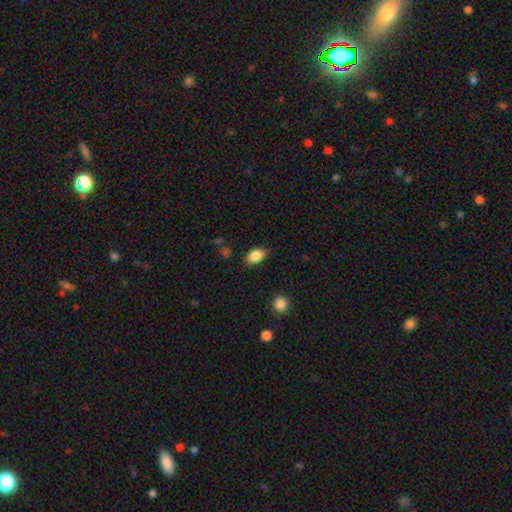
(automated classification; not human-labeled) smooth 85%, star or artifact 9%, featured or disk 6%. Down the decision tree: how rounded — in between (81%); merging — none (81%).